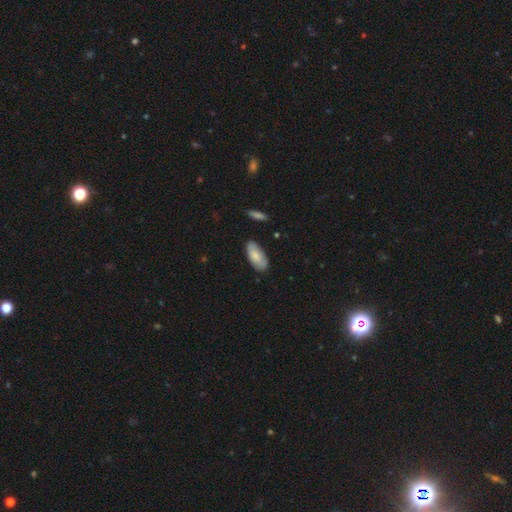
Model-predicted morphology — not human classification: smooth_or_featured: smooth (p=0.74) [alt: featured or disk p=0.21]
how_rounded: in between (p=0.91) [alt: cigar-shaped p=0.07]
merging: none (p=0.78) [alt: minor disturbance p=0.18]